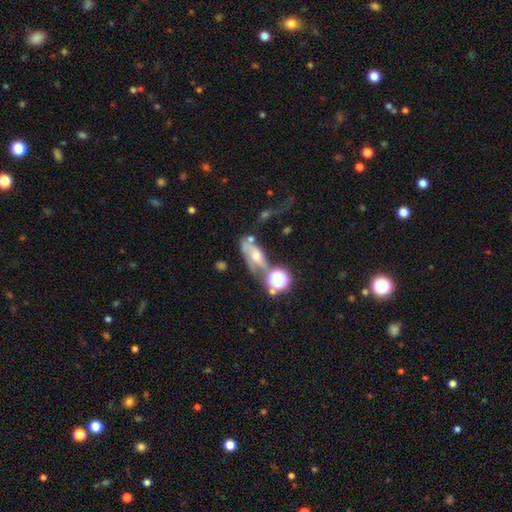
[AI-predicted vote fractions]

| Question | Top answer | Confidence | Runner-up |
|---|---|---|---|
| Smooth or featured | featured or disk | 52% | smooth (30%) |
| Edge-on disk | no | 81% | yes (19%) |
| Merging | none | 29% | merger (27%) |